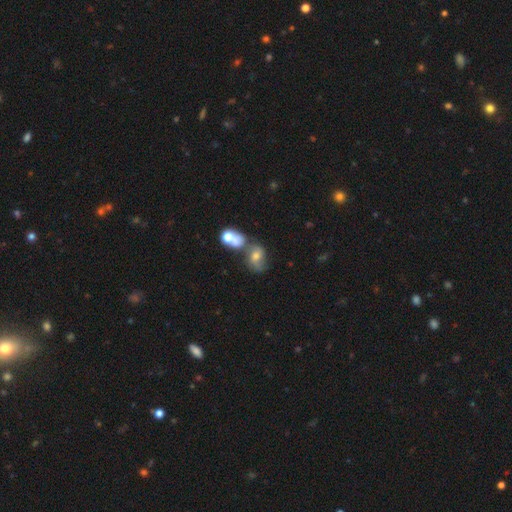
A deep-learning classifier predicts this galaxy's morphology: This appears to be a smooth galaxy with no disk features (44%). Merging: merger (38%).